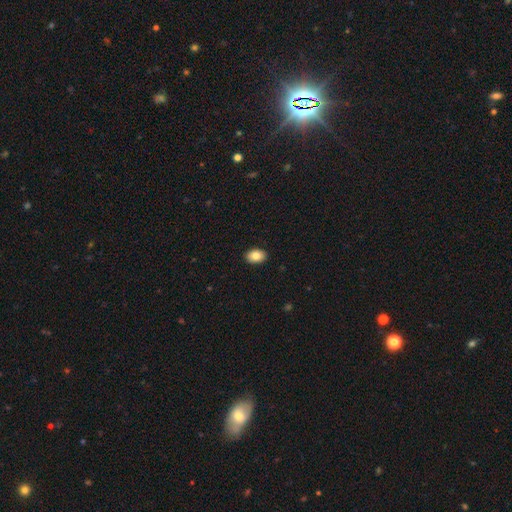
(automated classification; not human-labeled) Overall: smooth (84%). How rounded: in between (85%). Merging: none (90%).